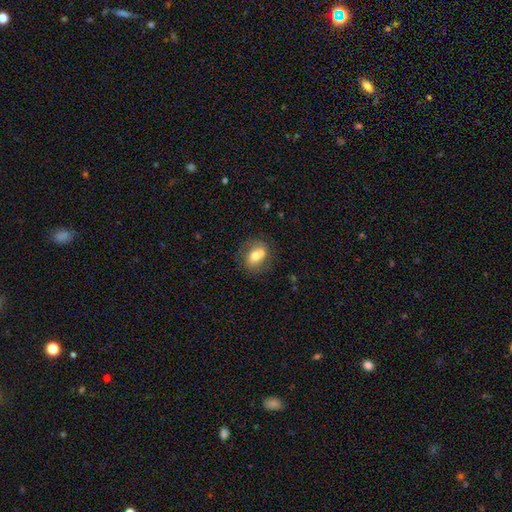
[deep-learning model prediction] smooth_or_featured: smooth (p=0.66) [alt: featured or disk p=0.25]
how_rounded: in between (p=0.57) [alt: round p=0.42]
merging: none (p=0.61) [alt: merger p=0.17]